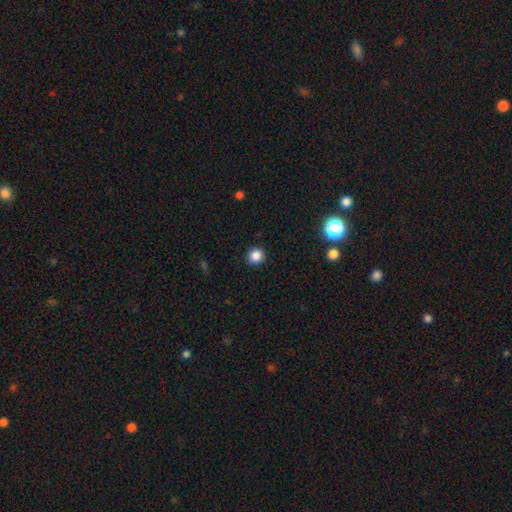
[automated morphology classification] Overall: smooth (86%). How rounded: round (93%). Merging: none (91%).